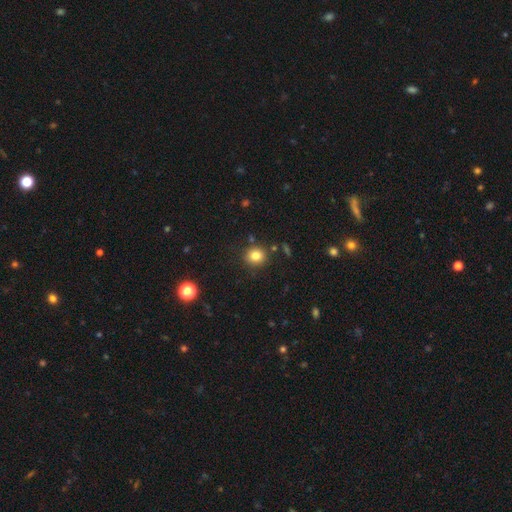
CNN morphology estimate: type=smooth (81%); roundness=round (82%); merging=none (86%).